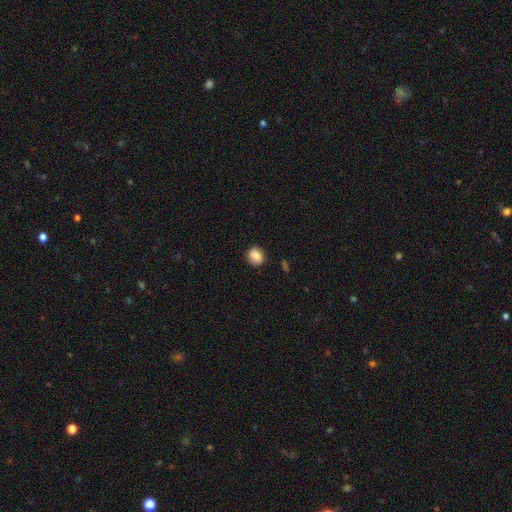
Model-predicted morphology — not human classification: smooth 84%, star or artifact 9%, featured or disk 7%. Down the decision tree: how rounded — round (70%); merging — none (87%).